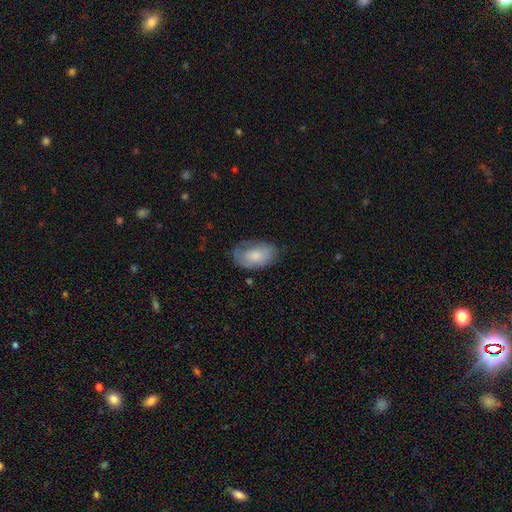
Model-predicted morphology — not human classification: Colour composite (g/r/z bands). It shows a smooth galaxy with no disk features (68%) that is in between round and cigar-shaped (91%). Merging: none (61%).